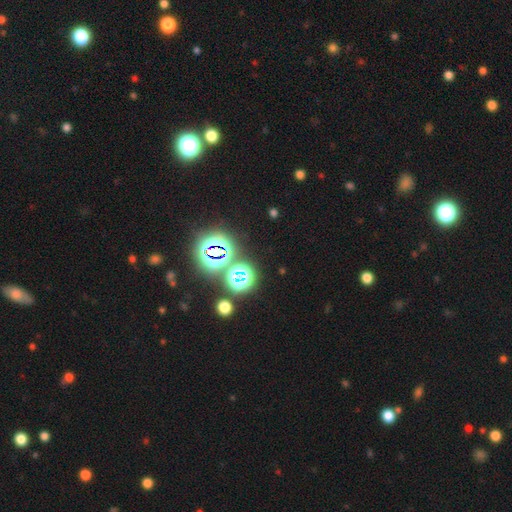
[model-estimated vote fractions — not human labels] Smooth or featured?
  - star or artifact: 76% *
  - smooth: 17%
  - featured or disk: 7%